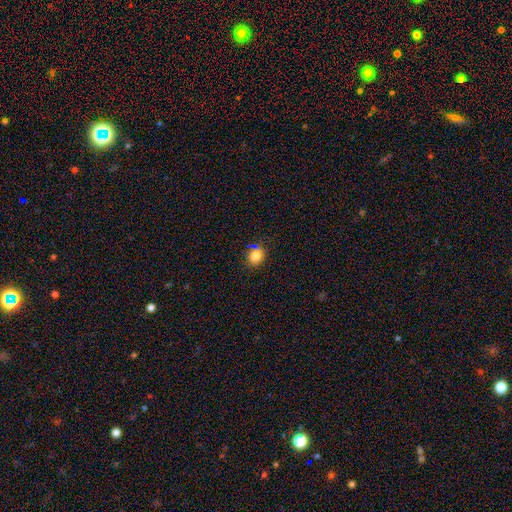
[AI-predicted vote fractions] smooth-or-featured: smooth: 82% | star or artifact: 12% | featured or disk: 6%
  how-rounded: round: 63% | in between: 36% | cigar-shaped: 1%
  merging: none: 75% | minor disturbance: 15% | merger: 6% | major disturbance: 4%